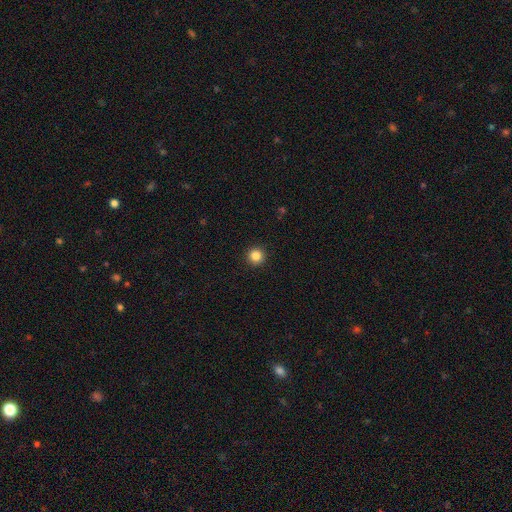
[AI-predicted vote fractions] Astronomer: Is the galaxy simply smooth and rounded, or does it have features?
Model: smooth — 85%.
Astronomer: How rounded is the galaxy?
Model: round — 96%.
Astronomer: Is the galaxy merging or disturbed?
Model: none — 93%.